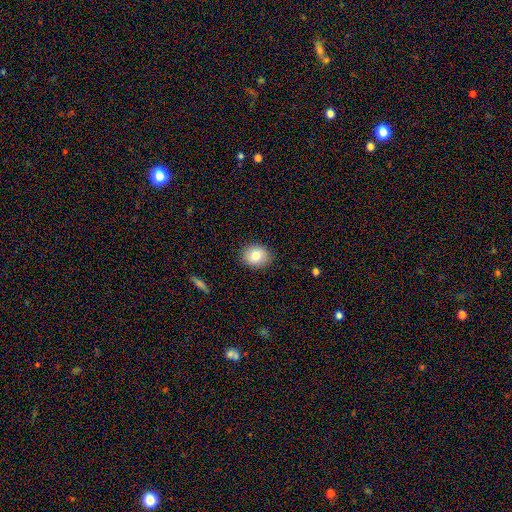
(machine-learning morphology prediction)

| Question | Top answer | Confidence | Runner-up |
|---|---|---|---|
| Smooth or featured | smooth | 80% | featured or disk (11%) |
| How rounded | round | 59% | in between (40%) |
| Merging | none | 88% | minor disturbance (9%) |